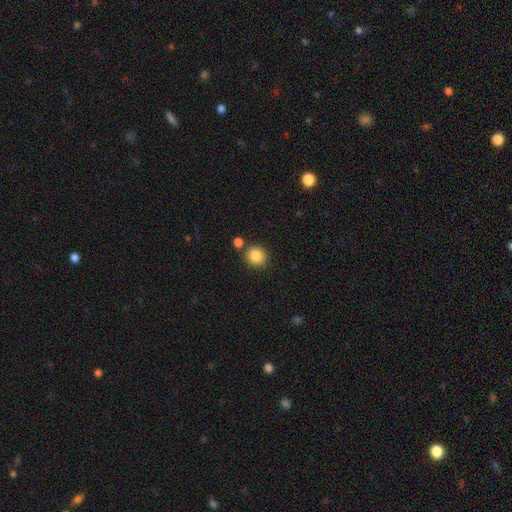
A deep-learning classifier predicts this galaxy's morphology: This appears to be a smooth galaxy with no disk features (87%) that is round (86%). Merging: none (80%).